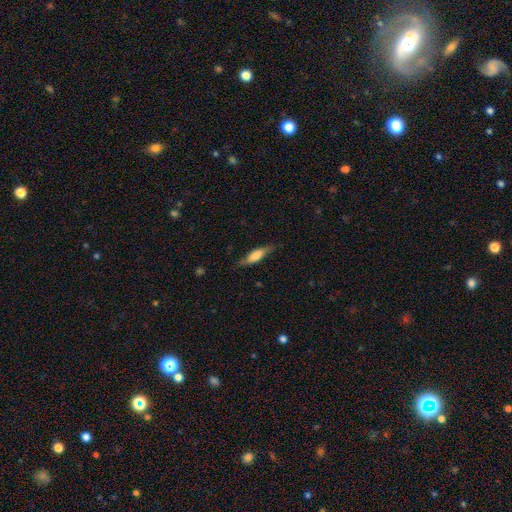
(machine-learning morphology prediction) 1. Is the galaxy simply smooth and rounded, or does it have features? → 57% smooth, 36% featured or disk, 7% star or artifact.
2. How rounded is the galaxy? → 53% cigar-shaped, 44% in between, 3% round.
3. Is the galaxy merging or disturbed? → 74% none, 19% minor disturbance, 5% major disturbance, 1% merger.